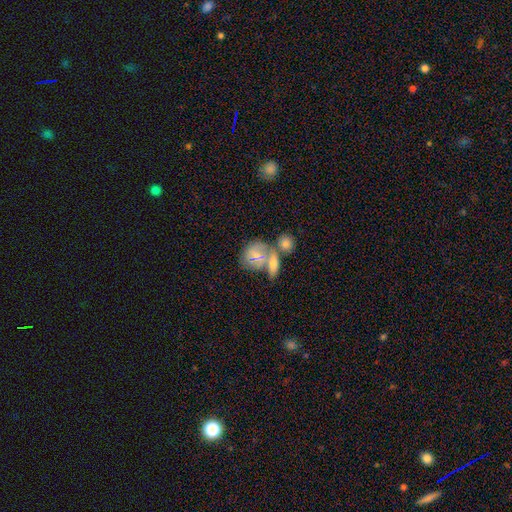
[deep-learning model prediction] A smooth galaxy with no disk features (61%) that is in between round and cigar-shaped (50%).

Vote fractions:
- Smooth or featured? smooth: 61% / featured or disk: 28% / star or artifact: 11%
- How rounded? in between: 50% / round: 46% / cigar-shaped: 4%
- Merging? merger: 45% / none: 32% / minor disturbance: 13% / major disturbance: 9%